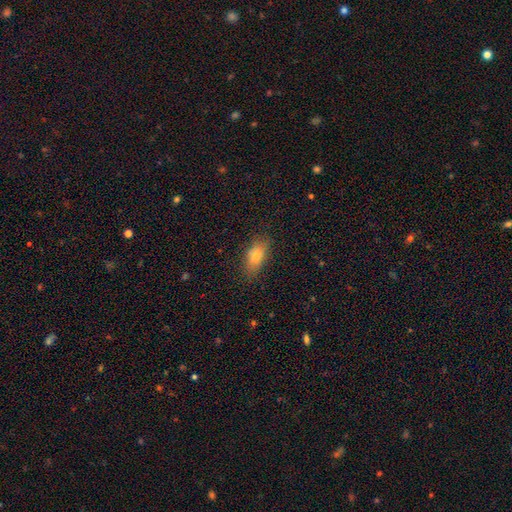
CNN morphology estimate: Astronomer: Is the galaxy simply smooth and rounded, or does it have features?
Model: smooth — 76%.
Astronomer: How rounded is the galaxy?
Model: in between — 81%.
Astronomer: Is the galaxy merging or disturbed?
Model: none — 84%.